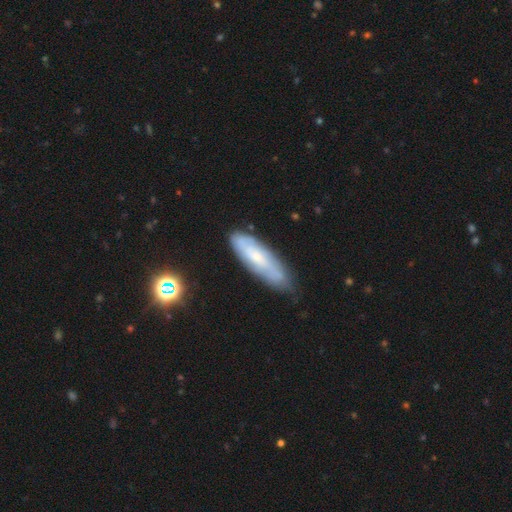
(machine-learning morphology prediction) Smooth or featured? featured or disk (50%)
Merging? none (72%)